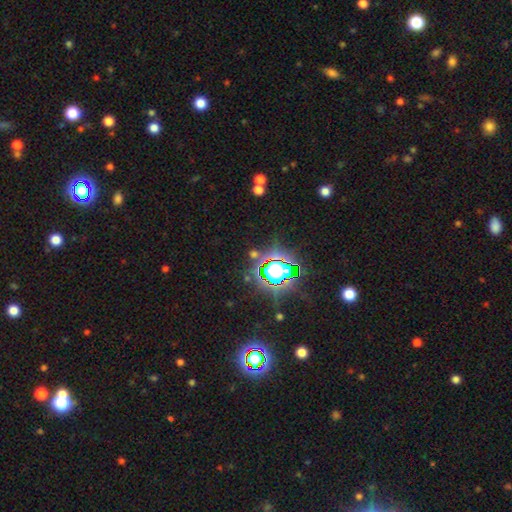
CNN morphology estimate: smooth-or-featured: star or artifact: 75% | smooth: 16% | featured or disk: 9%